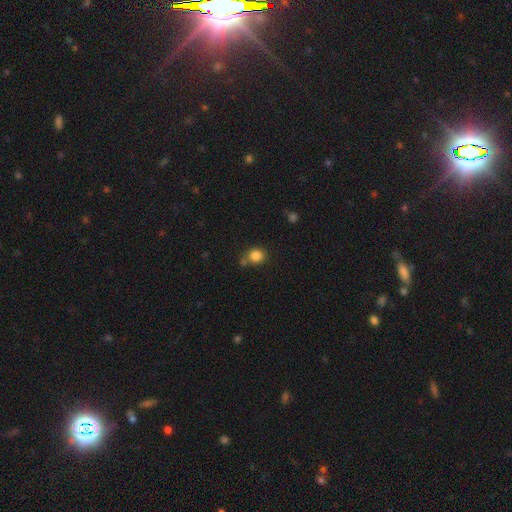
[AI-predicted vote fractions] smooth_or_featured: smooth (p=0.84) [alt: star or artifact p=0.11]
how_rounded: round (p=0.80) [alt: in between p=0.19]
merging: none (p=0.65) [alt: minor disturbance p=0.16]